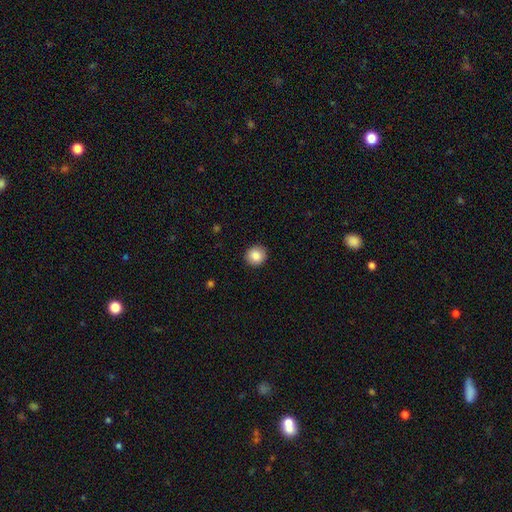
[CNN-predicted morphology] A smooth galaxy with no disk features (86%) that is round (90%). Merging: none (91%).